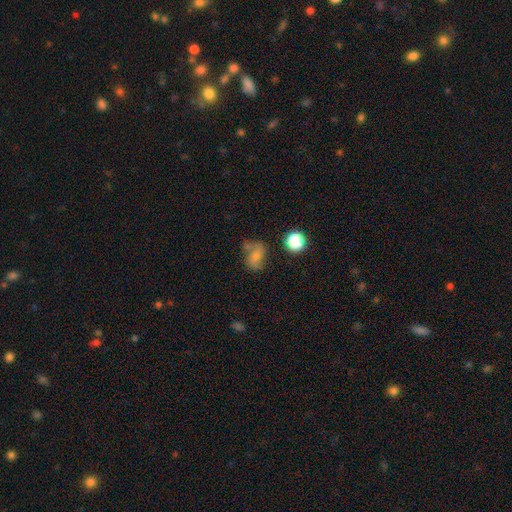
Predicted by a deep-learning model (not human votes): Overall: smooth (56%; featured or disk 28%). How rounded: in between (66%; round 32%). Merging: none (49%; minor disturbance 24%).